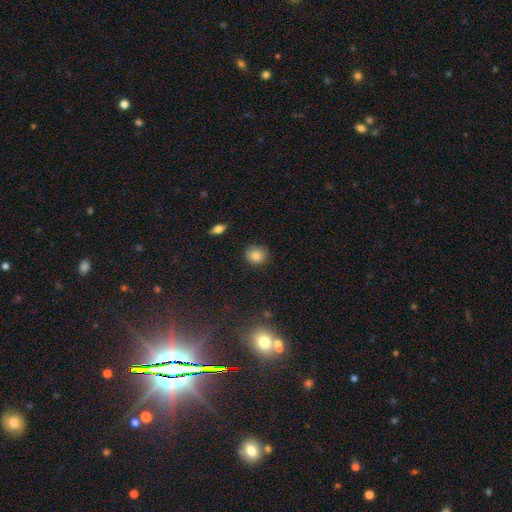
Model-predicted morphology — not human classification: A smooth galaxy with no disk features (83%) that is round (77%). Merging: none (88%).